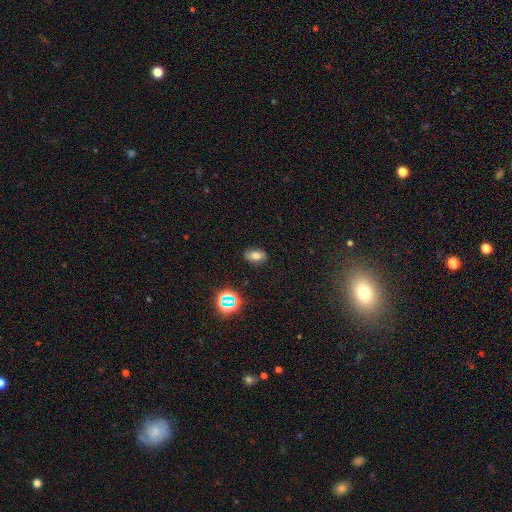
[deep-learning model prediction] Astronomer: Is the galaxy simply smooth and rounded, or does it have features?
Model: smooth — 70%.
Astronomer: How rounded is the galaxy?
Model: in between — 87%.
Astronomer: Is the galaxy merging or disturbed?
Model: none — 81%.